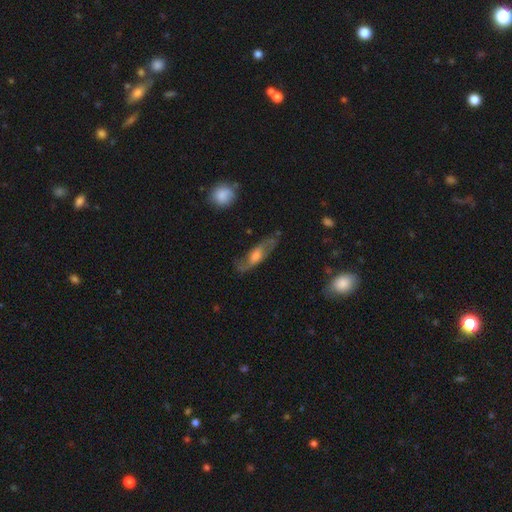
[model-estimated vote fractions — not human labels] Q: Smooth or featured?
A: featured or disk (63%); runner-up: smooth (30%)
Q: Edge-on disk?
A: no (69%); runner-up: yes (31%)
Q: Merging?
A: none (68%); runner-up: minor disturbance (19%)